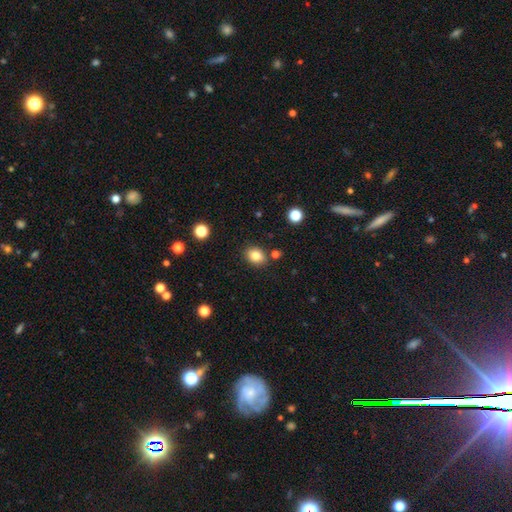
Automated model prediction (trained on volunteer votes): A smooth galaxy with no disk features (83%) that is in between round and cigar-shaped (62%).

Vote fractions:
- Smooth or featured? smooth: 83% / star or artifact: 10% / featured or disk: 7%
- How rounded? in between: 62% / round: 37% / cigar-shaped: 1%
- Merging? none: 84% / minor disturbance: 10% / merger: 4% / major disturbance: 2%